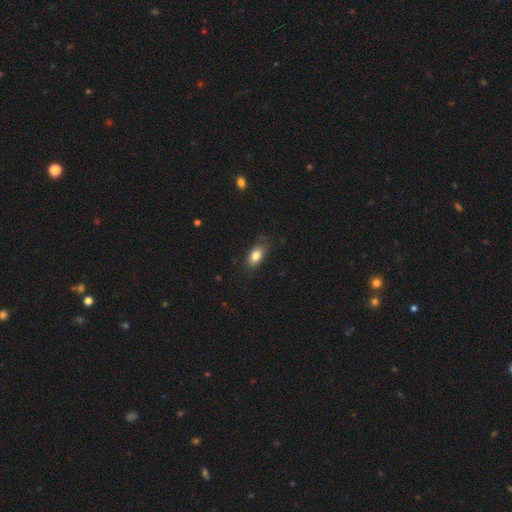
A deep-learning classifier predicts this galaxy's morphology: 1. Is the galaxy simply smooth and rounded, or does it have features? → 82% smooth, 10% featured or disk, 8% star or artifact.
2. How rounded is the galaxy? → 86% in between, 8% round, 6% cigar-shaped.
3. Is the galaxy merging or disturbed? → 74% none, 20% minor disturbance, 5% major disturbance, 1% merger.